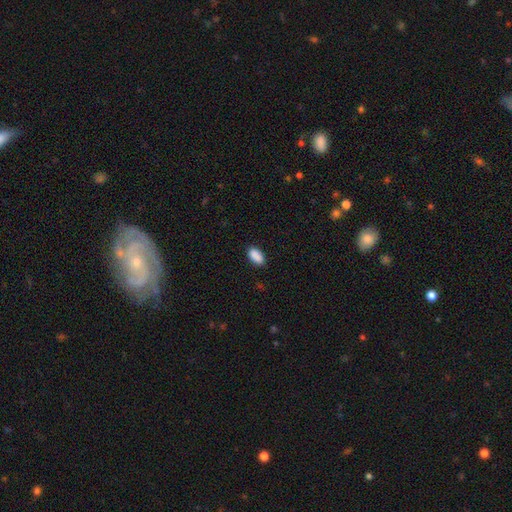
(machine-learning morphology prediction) The model was most divided on "merging": none: 86%, minor disturbance: 11%, major disturbance: 2%, merger: 1%. More confident: how rounded — in between (93%); smooth or featured — smooth (90%).